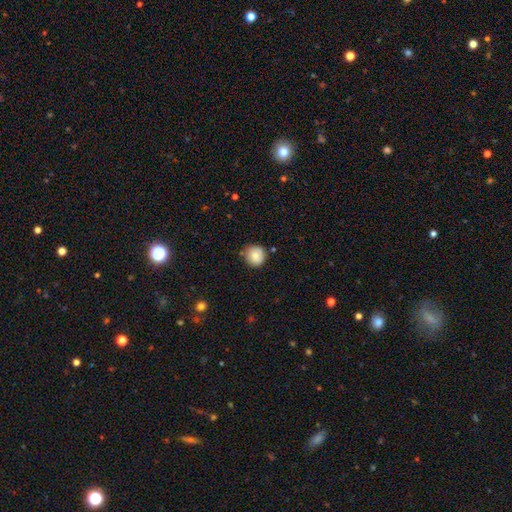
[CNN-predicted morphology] A smooth galaxy with no disk features (81%) that is round (91%). Merging: none (73%).